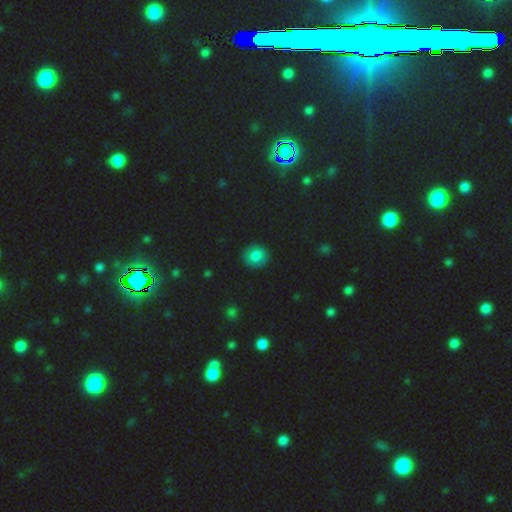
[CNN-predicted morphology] Smooth or featured: smooth — 79% (star or artifact — 15%)
How rounded: round — 83% (in between — 16%)
Merging: none — 88% (minor disturbance — 9%)